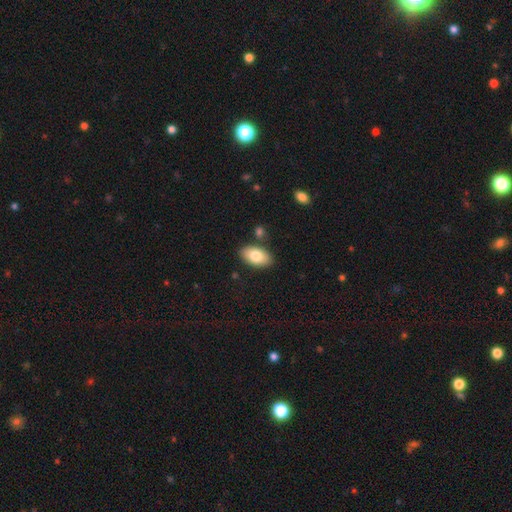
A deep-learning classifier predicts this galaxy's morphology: A smooth galaxy with no disk features (79%) that is in between round and cigar-shaped (94%). Merging: none (83%).